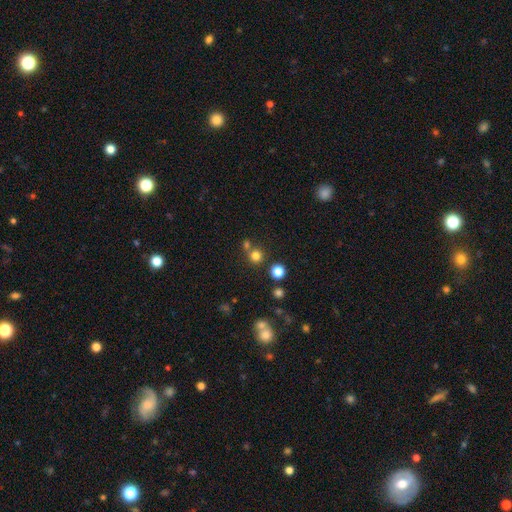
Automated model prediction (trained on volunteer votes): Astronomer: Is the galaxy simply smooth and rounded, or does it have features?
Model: smooth — 75%.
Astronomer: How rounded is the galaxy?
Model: round — 92%.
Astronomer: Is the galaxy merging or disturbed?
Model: none — 67%.